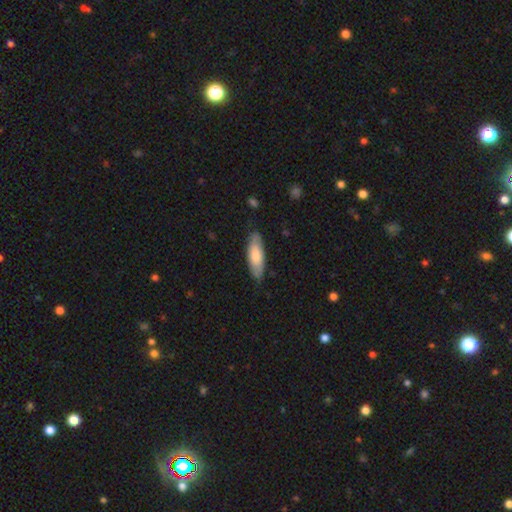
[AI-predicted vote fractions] smooth 73%, featured or disk 22%, star or artifact 5%. Down the decision tree: how rounded — in between (62%); merging — none (80%).